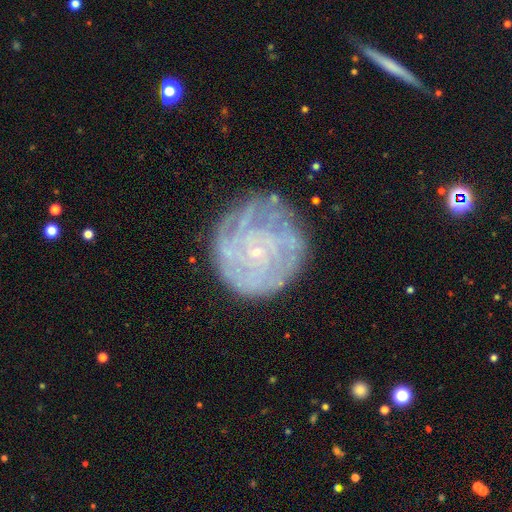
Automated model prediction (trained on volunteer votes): Q: Smooth or featured?
A: featured or disk (69%); runner-up: smooth (20%)
Q: Edge-on disk?
A: no (97%); runner-up: yes (3%)
Q: Bar?
A: no (83%); runner-up: weak (13%)
Q: Spiral arms?
A: yes (77%); runner-up: no (23%)
Q: Spiral winding?
A: tight (74%); runner-up: medium (19%)
Q: Spiral arm count?
A: can't tell (50%); runner-up: 4 (13%)
Q: Bulge size?
A: small (88%); runner-up: moderate (6%)
Q: Merging?
A: none (76%); runner-up: minor disturbance (16%)